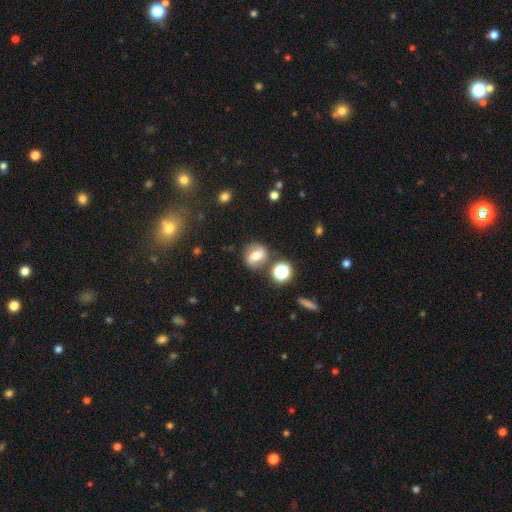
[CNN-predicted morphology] Smooth or featured? smooth (47%)
Merging? none (73%)